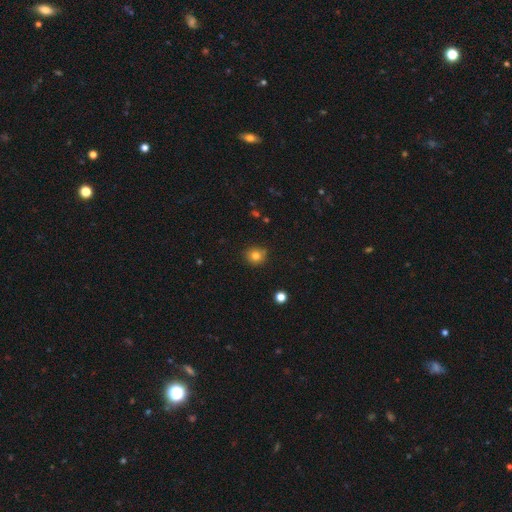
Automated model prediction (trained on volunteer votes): A smooth galaxy with no disk features (81%) that is round (90%).

Vote fractions:
- Smooth or featured? smooth: 81% / star or artifact: 12% / featured or disk: 7%
- How rounded? round: 90% / in between: 9% / cigar-shaped: 1%
- Merging? none: 84% / minor disturbance: 12% / major disturbance: 2% / merger: 2%